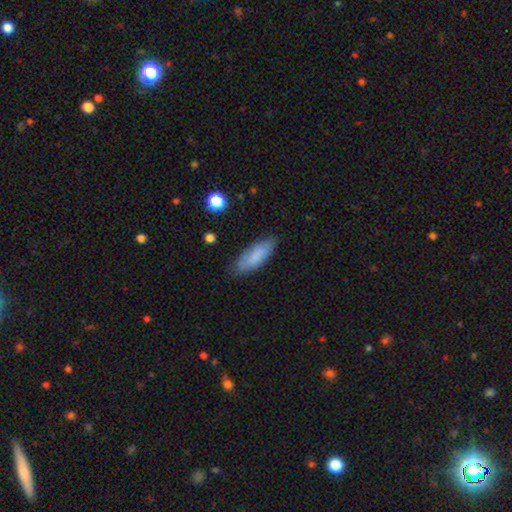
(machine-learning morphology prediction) smooth-or-featured: smooth: 78% | featured or disk: 15% | star or artifact: 6%
  how-rounded: in between: 71% | cigar-shaped: 27% | round: 2%
  merging: none: 79% | minor disturbance: 17% | major disturbance: 3% | merger: 2%